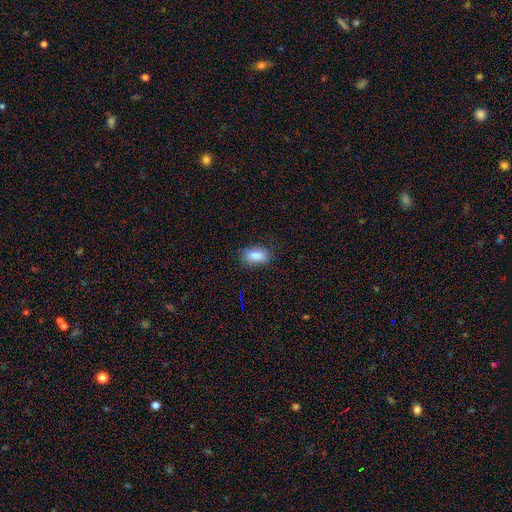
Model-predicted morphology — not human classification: Q: Smooth or featured?
A: smooth (86%); runner-up: star or artifact (8%)
Q: How rounded?
A: in between (89%); runner-up: cigar-shaped (7%)
Q: Merging?
A: none (80%); runner-up: minor disturbance (15%)